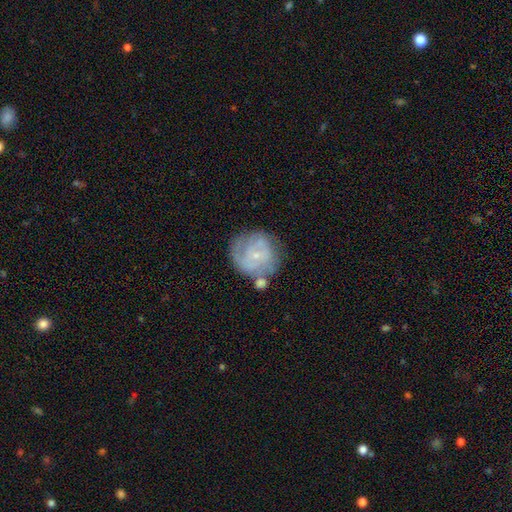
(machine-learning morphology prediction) A featured or disk galaxy (65%) with no bar (69%), spiral arms (77%) and a small central bulge (79%).

Vote fractions:
- Smooth or featured? featured or disk: 65% / smooth: 27% / star or artifact: 8%
- Edge-on disk? no: 98% / yes: 2%
- Bar? no: 69% / weak: 26% / strong: 5%
- Spiral arms? yes: 77% / no: 23%
- Bulge size? small: 79% / moderate: 14% / none: 5% / large: 1% / dominant: 1%
- Merging? none: 54% / minor disturbance: 22% / merger: 12% / major disturbance: 12%